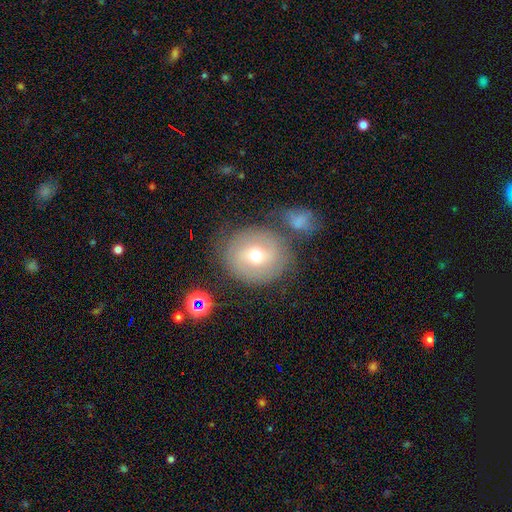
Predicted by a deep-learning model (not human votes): A smooth galaxy with no disk features (48%).

Vote fractions:
- Smooth or featured? smooth: 48% / featured or disk: 42% / star or artifact: 10%
- Merging? none: 66% / minor disturbance: 15% / merger: 13% / major disturbance: 6%